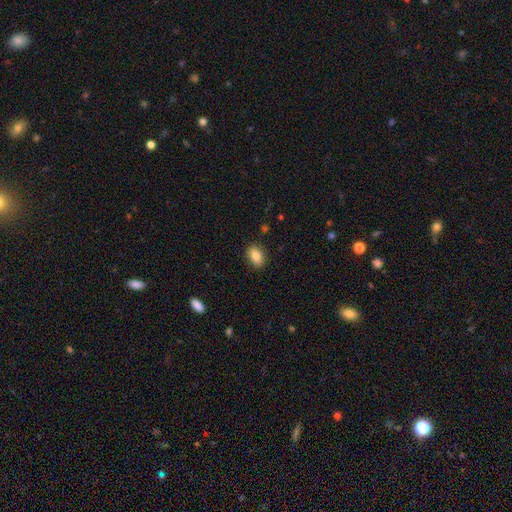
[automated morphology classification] smooth_or_featured: smooth (p=0.82) [alt: featured or disk p=0.10]
how_rounded: in between (p=0.83) [alt: round p=0.15]
merging: none (p=0.86) [alt: minor disturbance p=0.10]